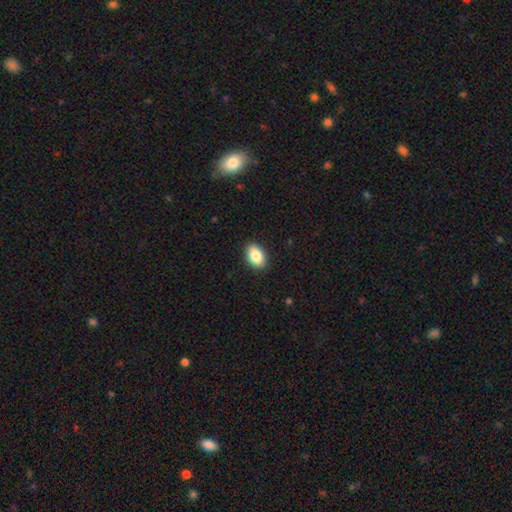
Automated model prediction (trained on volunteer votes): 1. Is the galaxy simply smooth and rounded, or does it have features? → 86% smooth, 7% star or artifact, 7% featured or disk.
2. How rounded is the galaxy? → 88% in between, 10% round, 1% cigar-shaped.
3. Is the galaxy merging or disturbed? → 90% none, 7% minor disturbance, 2% major disturbance, 1% merger.